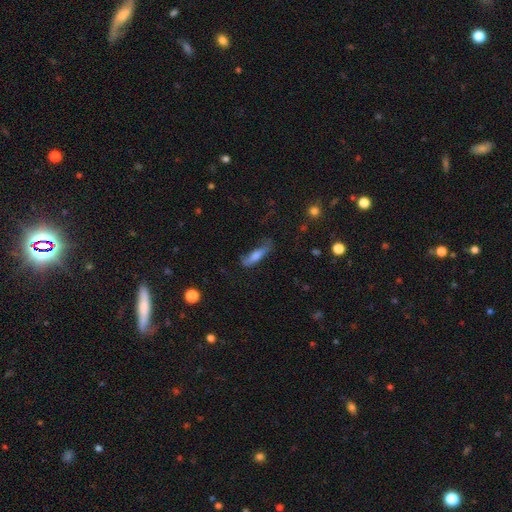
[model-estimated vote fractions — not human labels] This is possibly a smooth galaxy (56%). How rounded: likely cigar-shaped (69%). Merging: possibly none (57%).